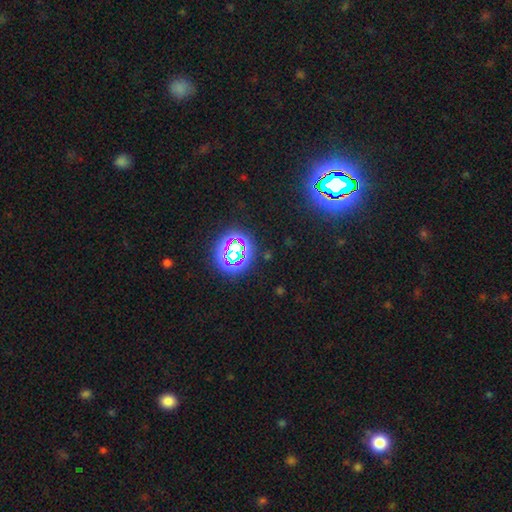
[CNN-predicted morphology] smooth-or-featured: star or artifact: 76% | smooth: 18% | featured or disk: 6%